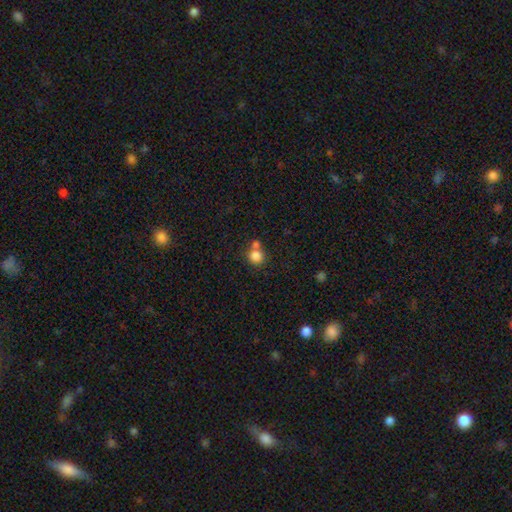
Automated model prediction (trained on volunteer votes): The model was most divided on "merging": none: 56%, merger: 33%, minor disturbance: 8%, major disturbance: 3%. More confident: how rounded — round (90%); smooth or featured — smooth (83%).